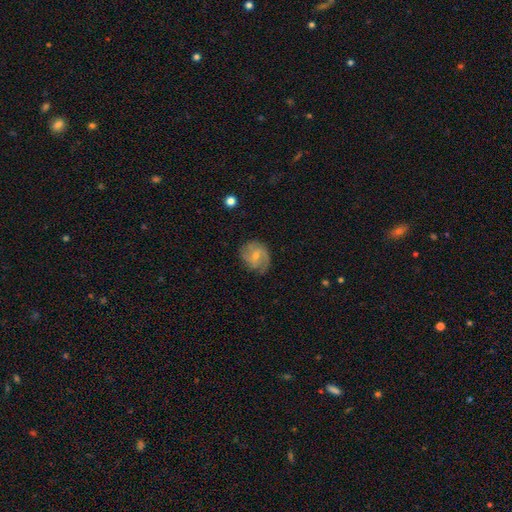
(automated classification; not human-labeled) Morphology: type=featured or disk (54%); edge-on=no (97%); bar=no (49%); spiral arms=yes (81%); bulge=small (56%); merging=none (66%).